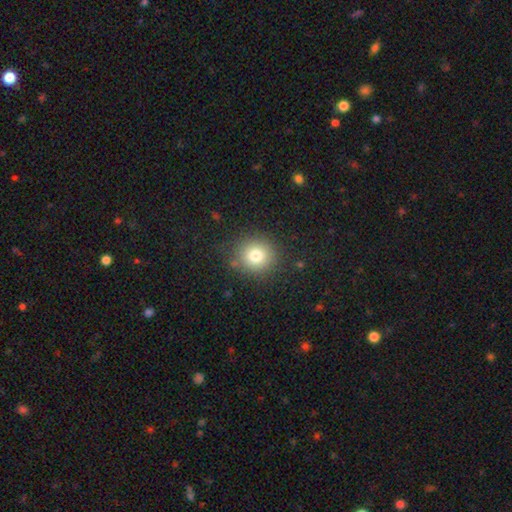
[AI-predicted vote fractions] Smooth or featured? smooth (78%)
How rounded? round (90%)
Merging? none (86%)